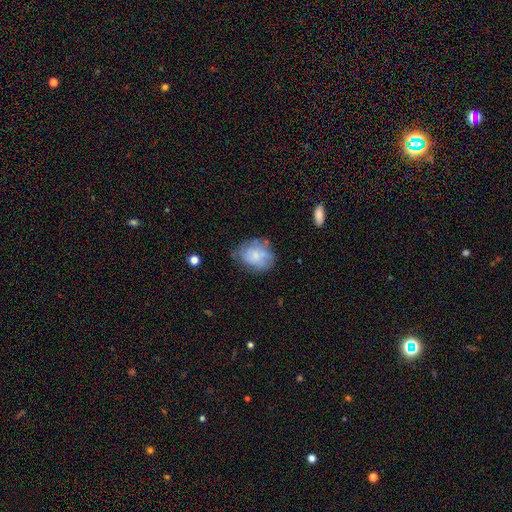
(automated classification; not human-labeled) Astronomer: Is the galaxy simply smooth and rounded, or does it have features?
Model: smooth — 55% (runner-up: featured or disk, 36%).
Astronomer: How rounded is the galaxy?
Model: in between — 56% (runner-up: round, 43%).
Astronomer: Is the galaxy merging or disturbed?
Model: none — 54% (runner-up: minor disturbance, 29%).